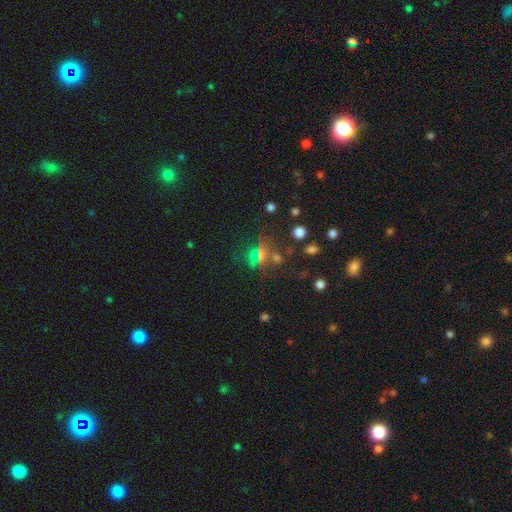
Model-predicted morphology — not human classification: type=star or artifact (45%).